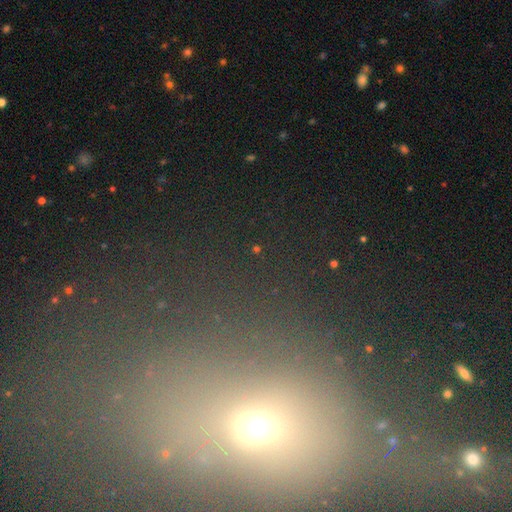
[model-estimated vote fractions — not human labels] Morphology: type=star or artifact (52%).